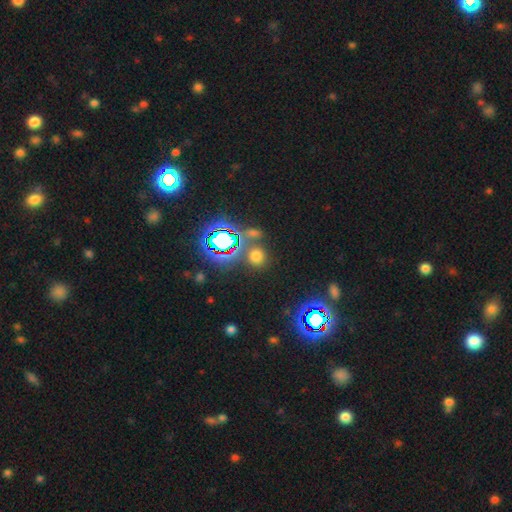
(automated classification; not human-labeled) smooth_or_featured: smooth (p=0.59) [alt: star or artifact p=0.34]
how_rounded: round (p=0.85) [alt: in between p=0.14]
merging: none (p=0.76) [alt: merger p=0.11]